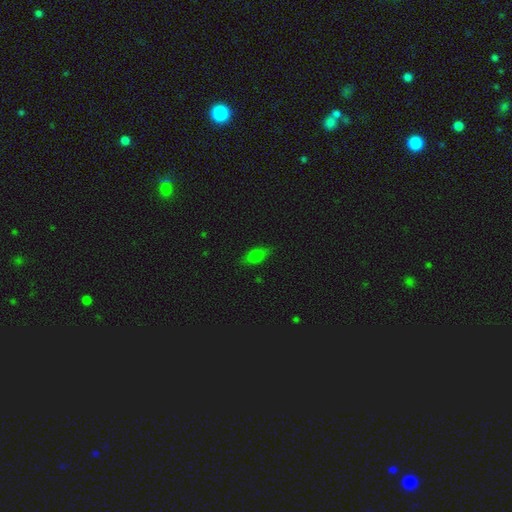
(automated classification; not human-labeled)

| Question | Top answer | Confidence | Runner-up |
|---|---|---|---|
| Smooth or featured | smooth | 72% | featured or disk (16%) |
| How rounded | in between | 79% | cigar-shaped (12%) |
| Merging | none | 80% | minor disturbance (16%) |